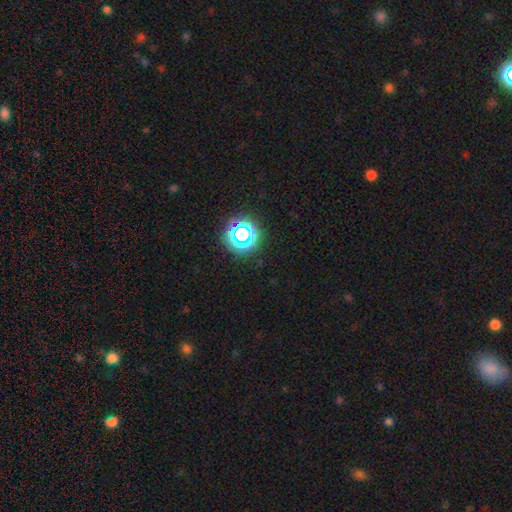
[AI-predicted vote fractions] Smooth or featured?
  - star or artifact: 70% *
  - smooth: 25%
  - featured or disk: 5%